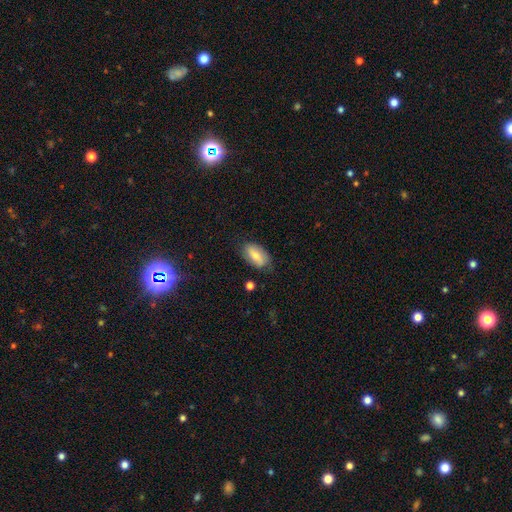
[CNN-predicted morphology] A smooth galaxy with no disk features (67%) that is in between round and cigar-shaped (92%). Merging: none (75%).